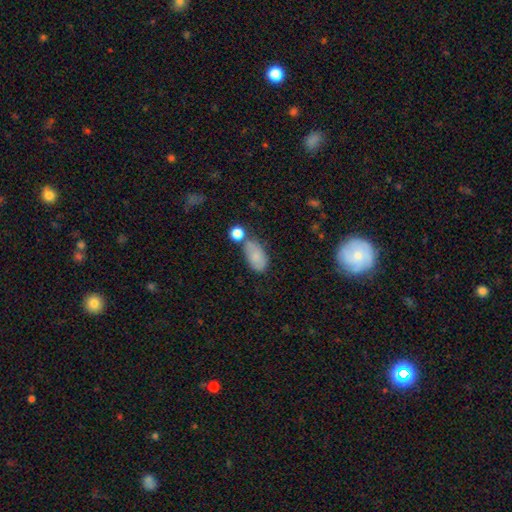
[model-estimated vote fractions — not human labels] smooth-or-featured: smooth: 79% | featured or disk: 11% | star or artifact: 9%
  how-rounded: in between: 91% | round: 6% | cigar-shaped: 3%
  merging: none: 52% | minor disturbance: 23% | merger: 17% | major disturbance: 7%